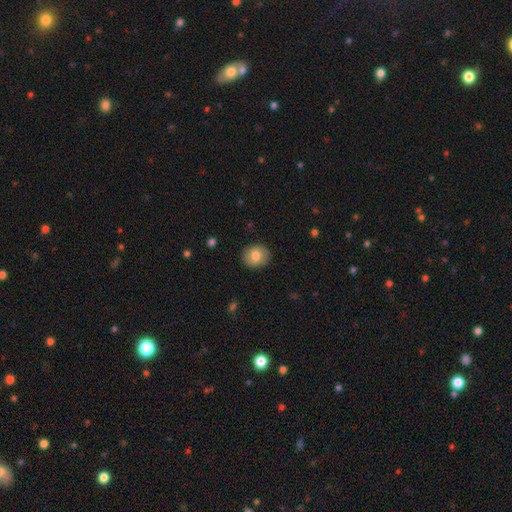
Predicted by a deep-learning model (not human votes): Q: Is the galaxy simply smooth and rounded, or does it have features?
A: smooth — 76%.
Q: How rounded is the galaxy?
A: round — 71%.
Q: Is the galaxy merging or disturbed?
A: none — 88%.